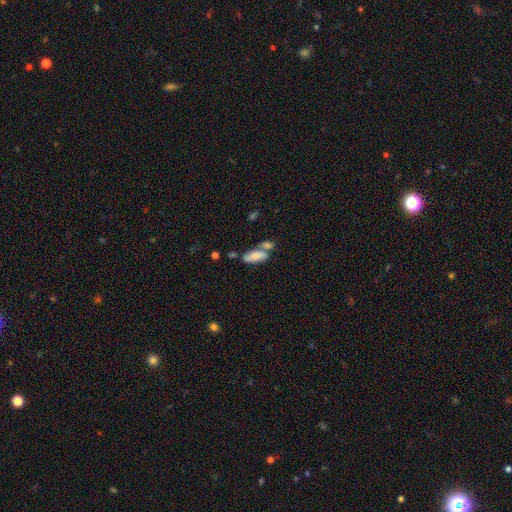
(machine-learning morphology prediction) Smooth or featured?
  - smooth: 75% *
  - featured or disk: 18%
  - star or artifact: 7%
How rounded?
  - in between: 80% *
  - cigar-shaped: 18%
  - round: 3%
Merging?
  - none: 43% *
  - merger: 37%
  - minor disturbance: 15%
  - major disturbance: 6%